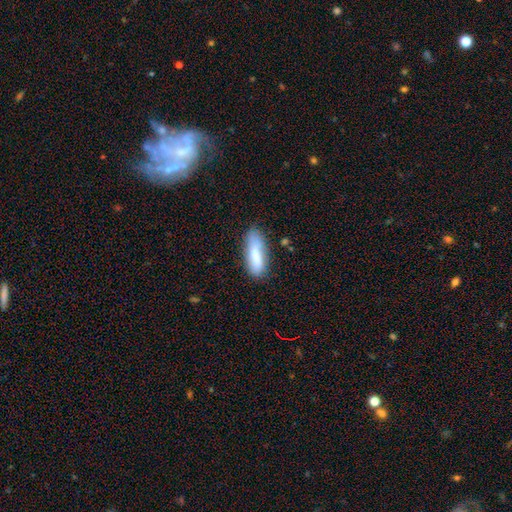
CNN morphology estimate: A smooth galaxy with no disk features (78%) that is in between round and cigar-shaped (58%). Merging: none (64%).